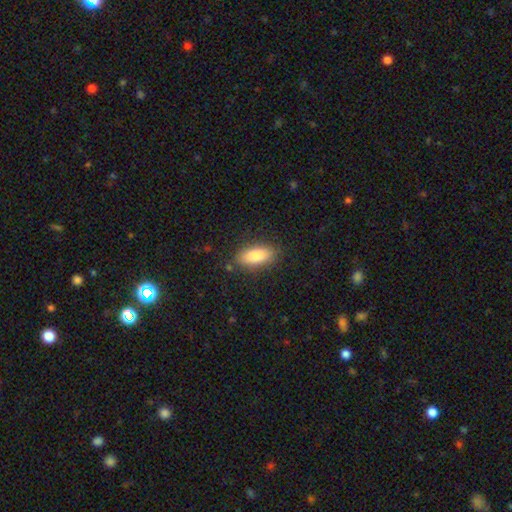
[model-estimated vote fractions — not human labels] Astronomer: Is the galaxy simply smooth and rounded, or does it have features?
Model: smooth — 86%.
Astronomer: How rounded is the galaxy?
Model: in between — 84%.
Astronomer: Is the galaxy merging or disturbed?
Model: none — 83%.